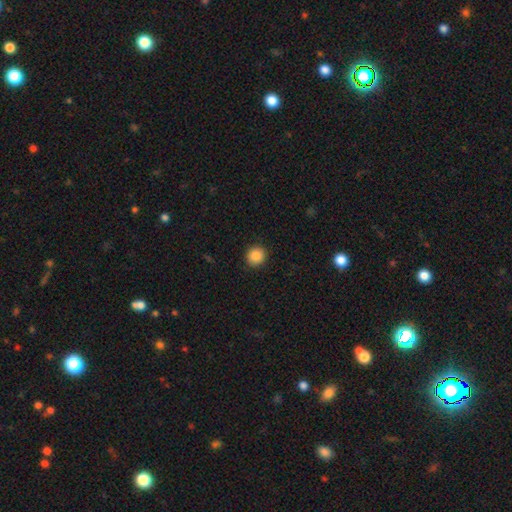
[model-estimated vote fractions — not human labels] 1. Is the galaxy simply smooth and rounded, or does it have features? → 87% smooth, 9% star or artifact, 4% featured or disk.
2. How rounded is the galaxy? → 86% round, 13% in between, 1% cigar-shaped.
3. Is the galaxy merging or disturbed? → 91% none, 6% minor disturbance, 2% major disturbance, 1% merger.